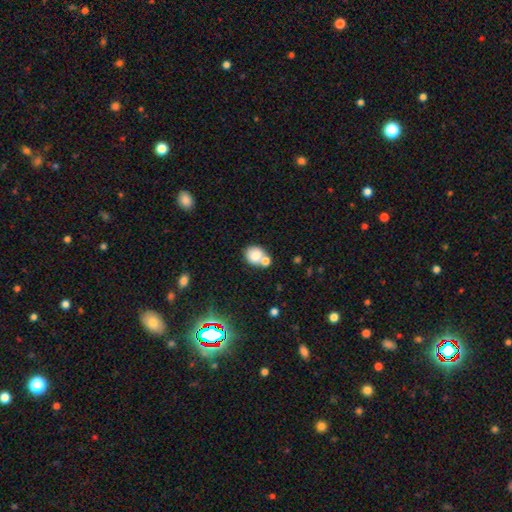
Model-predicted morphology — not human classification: smooth_or_featured: smooth (p=0.75) [alt: featured or disk p=0.15]
how_rounded: round (p=0.63) [alt: in between p=0.36]
merging: merger (p=0.45) [alt: none p=0.40]